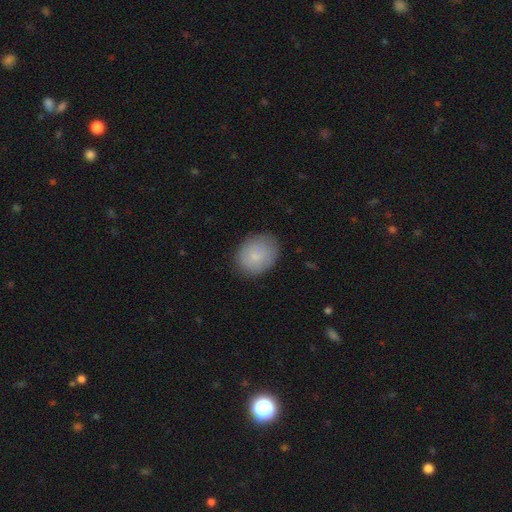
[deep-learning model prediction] This is clearly a smooth galaxy (81%). How rounded: possibly round (52%). Merging: clearly none (81%).